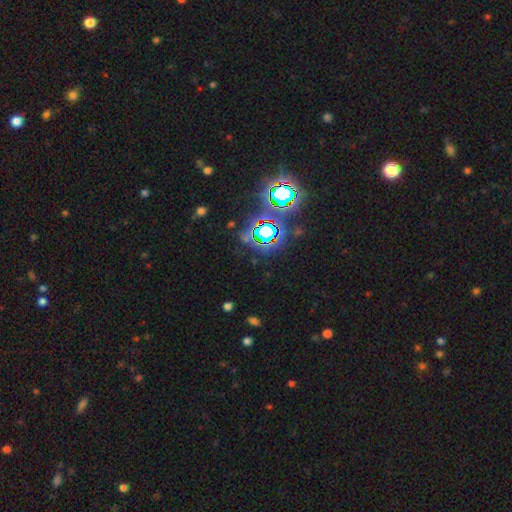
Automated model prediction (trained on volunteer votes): This appears to be a star or artifact, not a galaxy (78%).